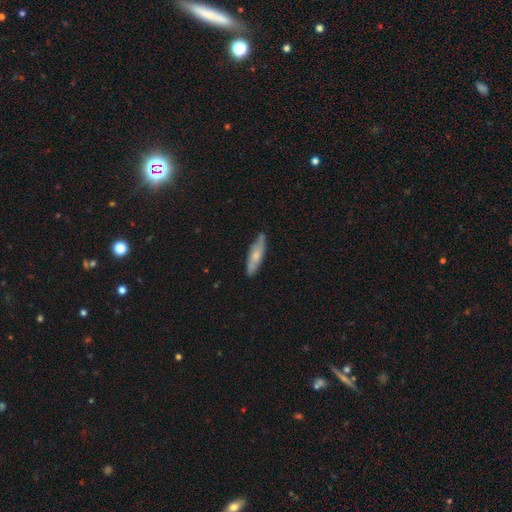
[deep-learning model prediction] Smooth or featured?
  - smooth: 56% *
  - featured or disk: 38%
  - star or artifact: 6%
How rounded?
  - cigar-shaped: 65% *
  - in between: 33%
  - round: 2%
Merging?
  - none: 81% *
  - minor disturbance: 15%
  - major disturbance: 2%
  - merger: 1%